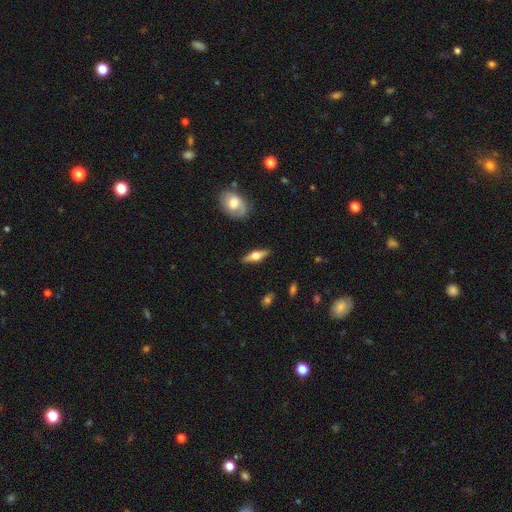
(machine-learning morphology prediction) This is likely a featured or disk galaxy (63%). It is clearly viewed edge-on (94%). Edge-on bulge: clearly rounded (95%). Merging: clearly none (88%).